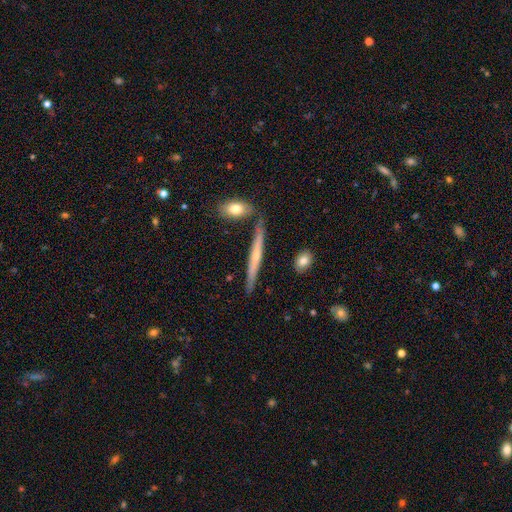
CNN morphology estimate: A featured or disk galaxy (58%) viewed edge-on (95%) with a rounded central bulge (49%).

Vote fractions:
- Smooth or featured? featured or disk: 58% / smooth: 36% / star or artifact: 6%
- Edge-on disk? yes: 95% / no: 5%
- Edge-on bulge? rounded: 49% / none: 45% / boxy: 6%
- Merging? none: 84% / minor disturbance: 10% / merger: 4% / major disturbance: 2%